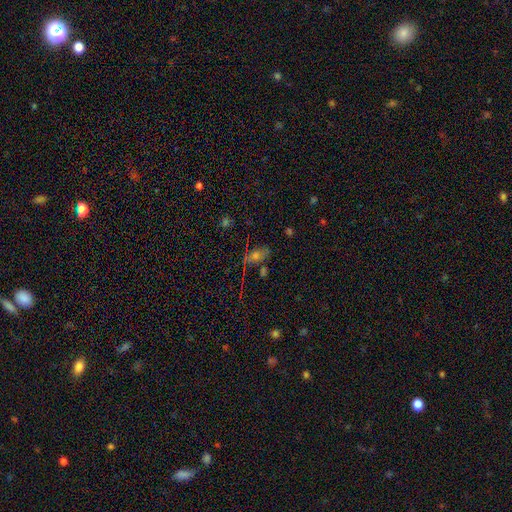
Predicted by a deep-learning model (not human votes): Smooth or featured: smooth — 49% (star or artifact — 27%)
Merging: none — 57% (minor disturbance — 20%)